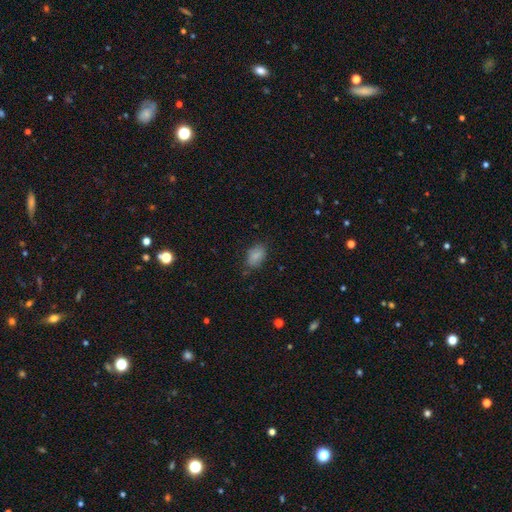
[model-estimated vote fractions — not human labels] Smooth or featured? Predicted: smooth (p=0.84). How rounded? Predicted: in between (p=0.86). Merging? Predicted: none (p=0.75).